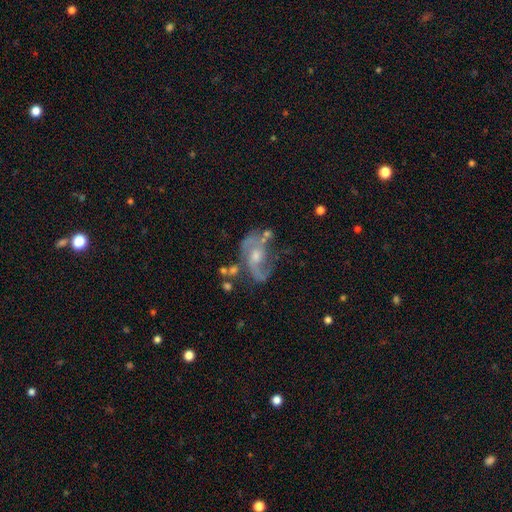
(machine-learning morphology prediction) This appears to be a featured or disk galaxy (83%) with no bar (58%), 2 (79%) loose (43%, tied with medium) spiral arms (89%) and a moderate central bulge (57%). Merging: none (49%).